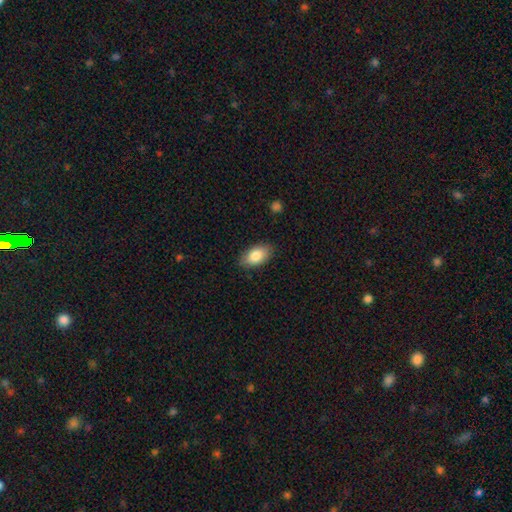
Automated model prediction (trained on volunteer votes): Smooth or featured? smooth (84%)
How rounded? in between (93%)
Merging? none (86%)